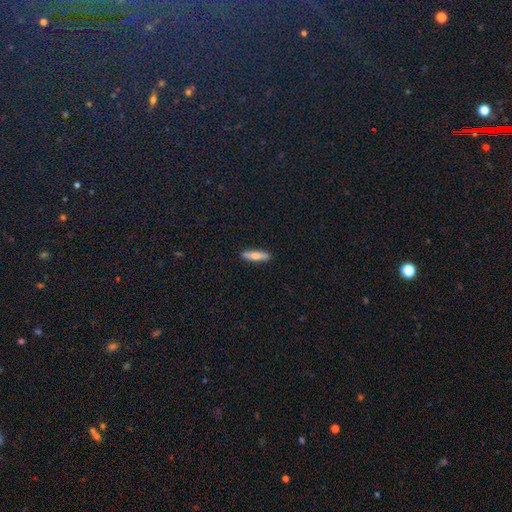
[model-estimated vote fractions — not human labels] Smooth or featured? smooth (73%)
How rounded? cigar-shaped (77%)
Merging? none (90%)